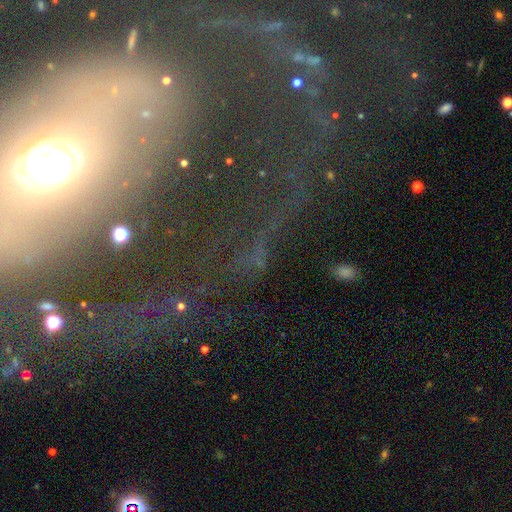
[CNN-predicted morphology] The model was most divided on "smooth or featured": star or artifact: 53%, featured or disk: 29%, smooth: 18%.